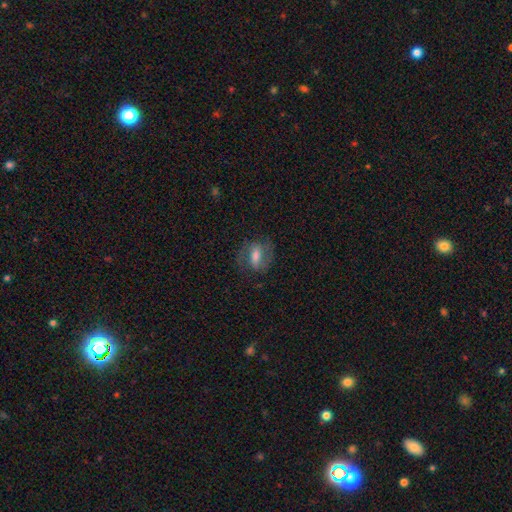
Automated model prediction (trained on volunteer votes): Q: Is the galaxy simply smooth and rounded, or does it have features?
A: featured or disk — 47%.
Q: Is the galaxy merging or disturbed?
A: none — 69%.